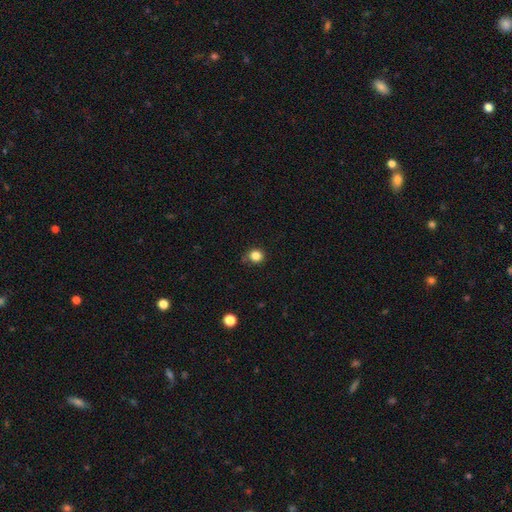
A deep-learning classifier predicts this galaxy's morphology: type=smooth (84%); roundness=round (89%); merging=none (83%).